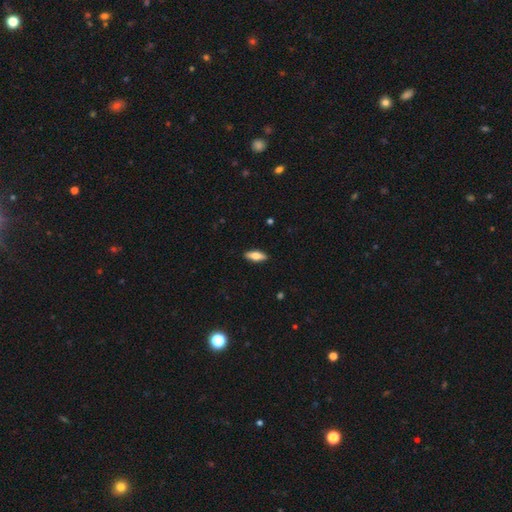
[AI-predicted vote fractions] Q: Smooth or featured?
A: smooth (68%); runner-up: featured or disk (26%)
Q: How rounded?
A: in between (69%); runner-up: cigar-shaped (29%)
Q: Merging?
A: none (90%); runner-up: minor disturbance (8%)